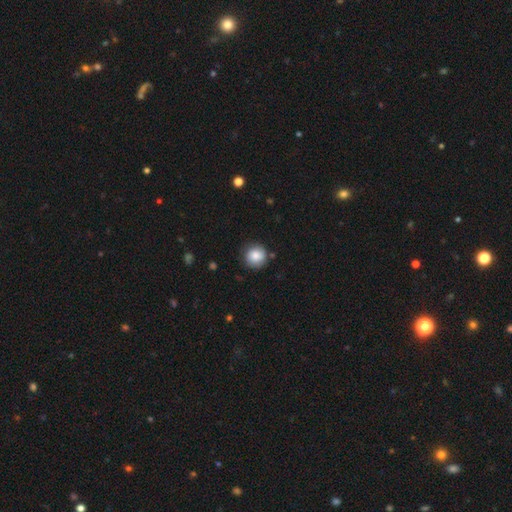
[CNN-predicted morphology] Overall: smooth (85%). How rounded: round (93%). Merging: none (82%).